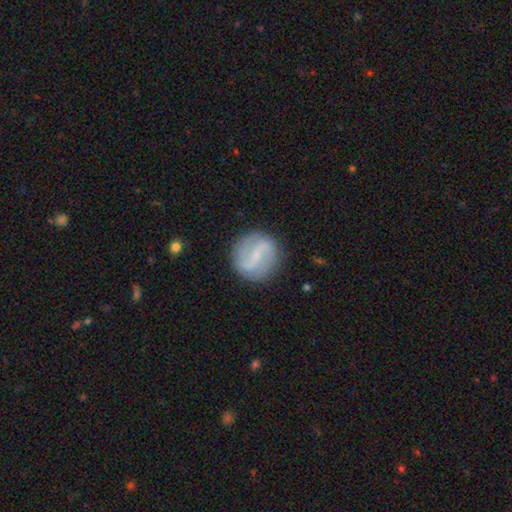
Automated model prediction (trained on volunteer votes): This appears to be a featured or disk galaxy (74%) with a strong bar (44%), 2 (89%) loose (51%) spiral arms (87%) and a small central bulge (64%). Merging: none (85%).